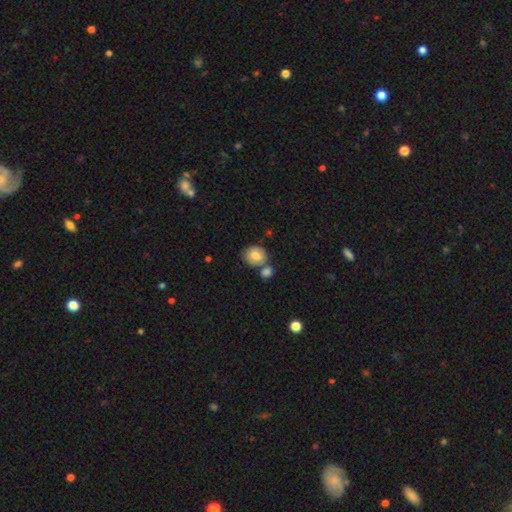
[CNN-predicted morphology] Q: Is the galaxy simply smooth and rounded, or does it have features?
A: smooth — 78%.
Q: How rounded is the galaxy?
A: round — 65%.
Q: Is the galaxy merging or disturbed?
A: none — 55%.